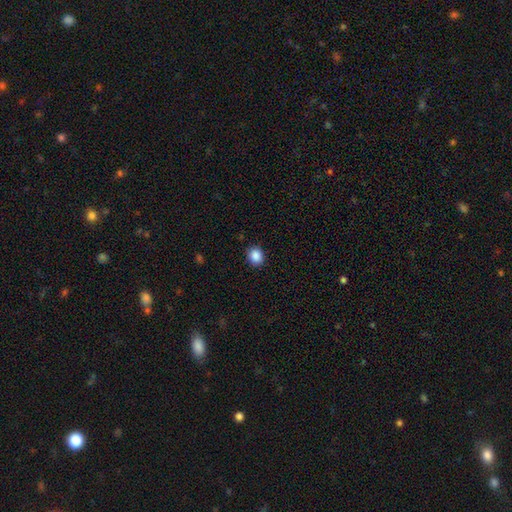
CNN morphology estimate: smooth-or-featured: smooth: 88% | star or artifact: 9% | featured or disk: 3%
  how-rounded: round: 69% | in between: 30% | cigar-shaped: 1%
  merging: none: 89% | minor disturbance: 8% | major disturbance: 2% | merger: 1%